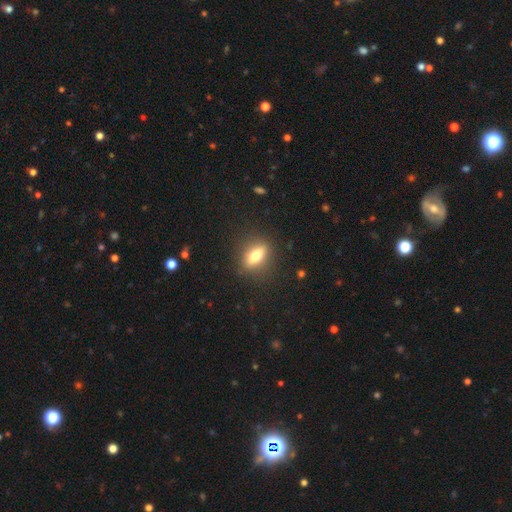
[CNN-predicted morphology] smooth-or-featured: smooth: 61% | featured or disk: 30% | star or artifact: 9%
  how-rounded: in between: 59% | cigar-shaped: 32% | round: 10%
  merging: none: 85% | minor disturbance: 10% | major disturbance: 4% | merger: 1%